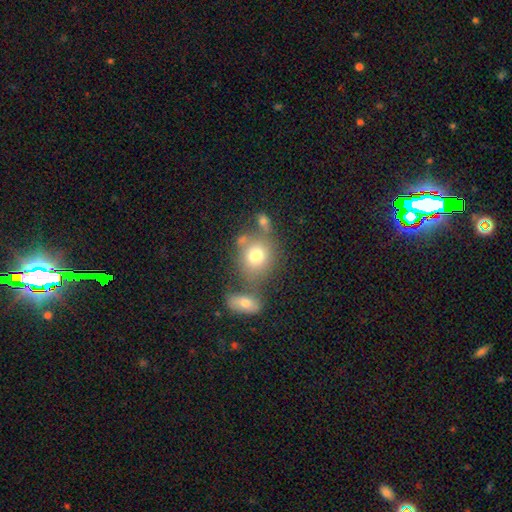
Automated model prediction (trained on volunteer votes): Smooth or featured: smooth — 74% (featured or disk — 15%)
How rounded: round — 66% (in between — 33%)
Merging: none — 50% (merger — 29%)